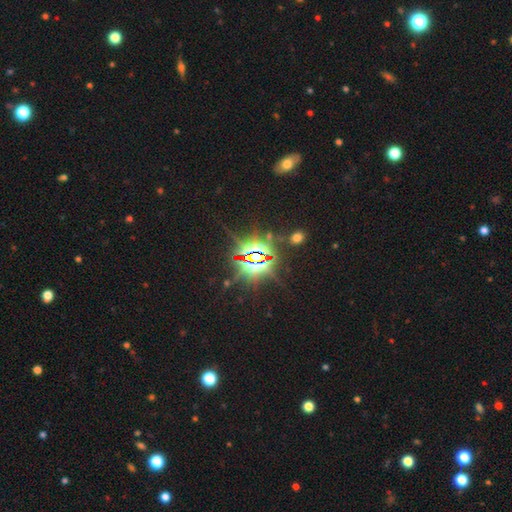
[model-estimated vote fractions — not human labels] Smooth or featured? star or artifact (83%)